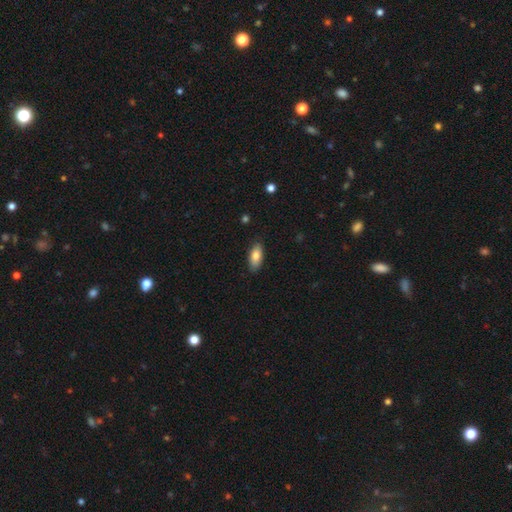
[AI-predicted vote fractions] smooth-or-featured: smooth: 83% | featured or disk: 11% | star or artifact: 6%
  how-rounded: in between: 87% | cigar-shaped: 10% | round: 2%
  merging: none: 86% | minor disturbance: 11% | major disturbance: 2% | merger: 1%